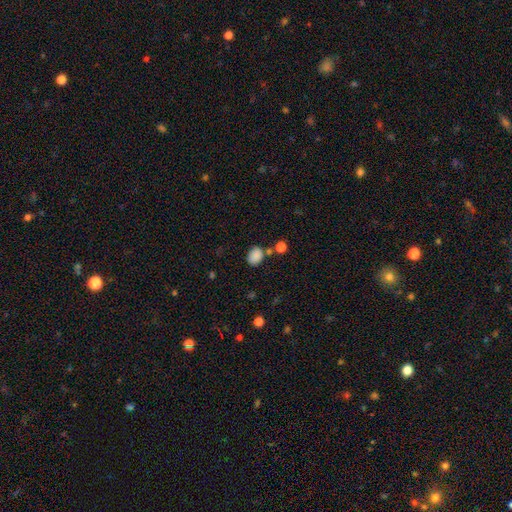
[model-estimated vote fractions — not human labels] Smooth or featured? Predicted: smooth (p=0.86). How rounded? Predicted: in between (p=0.65). Merging? Predicted: none (p=0.69).